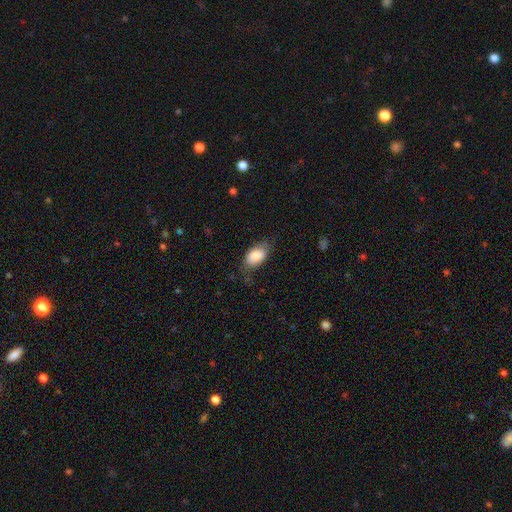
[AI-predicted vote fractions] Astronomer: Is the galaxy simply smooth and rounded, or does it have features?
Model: smooth — 83%.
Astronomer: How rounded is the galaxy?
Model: in between — 91%.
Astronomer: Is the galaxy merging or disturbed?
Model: none — 58%.